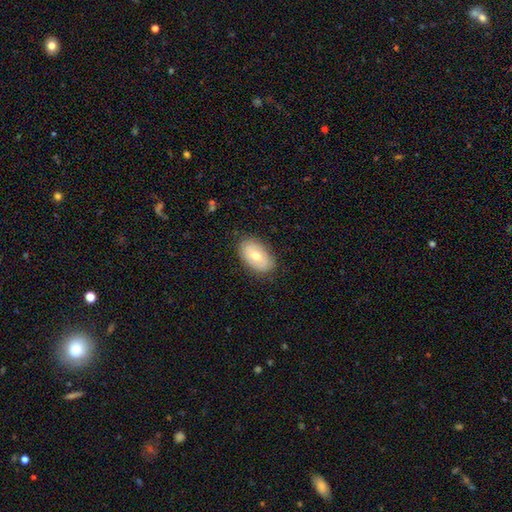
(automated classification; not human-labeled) Q: Smooth or featured?
A: smooth (64%); runner-up: featured or disk (29%)
Q: How rounded?
A: in between (92%); runner-up: round (7%)
Q: Merging?
A: none (83%); runner-up: minor disturbance (13%)